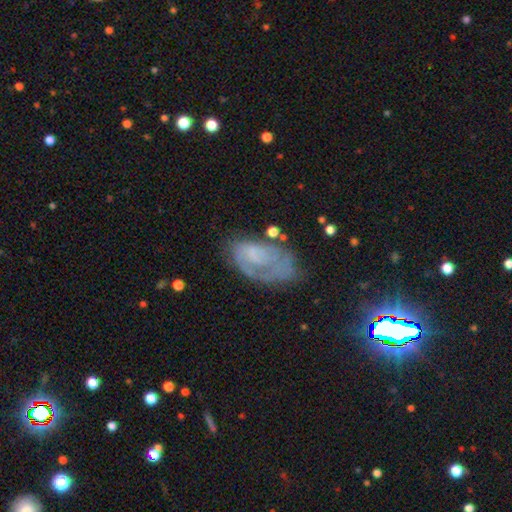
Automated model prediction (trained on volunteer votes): Smooth or featured? featured or disk (61%)
Edge-on disk? no (96%)
Bar? no (75%)
Spiral arms? yes (66%)
Bulge size? none (56%)
Merging? none (48%)